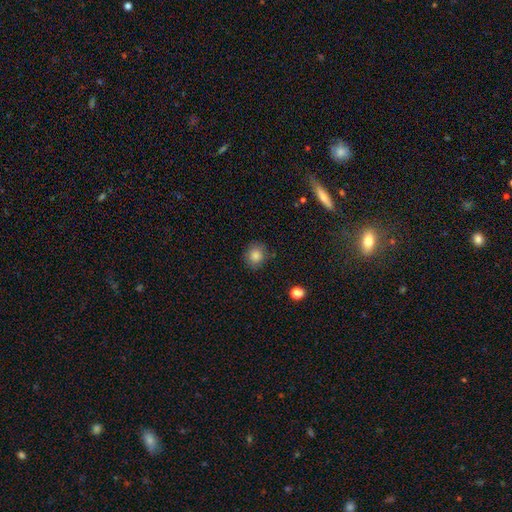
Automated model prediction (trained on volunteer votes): This is clearly a smooth galaxy (85%). How rounded: likely round (79%). Merging: clearly none (83%).